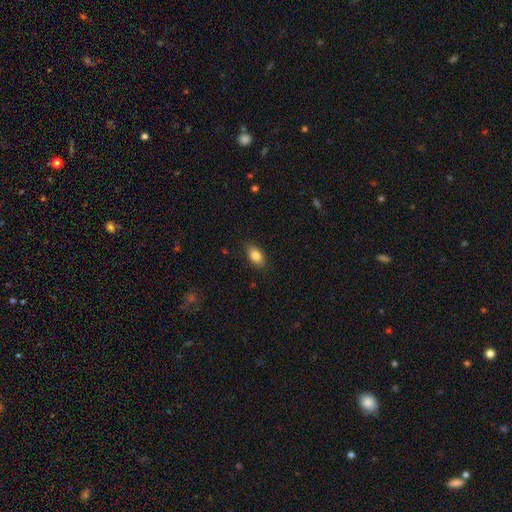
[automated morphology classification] smooth-or-featured: smooth: 85% | star or artifact: 8% | featured or disk: 8%
  how-rounded: in between: 89% | round: 7% | cigar-shaped: 3%
  merging: none: 87% | minor disturbance: 10% | major disturbance: 2% | merger: 1%